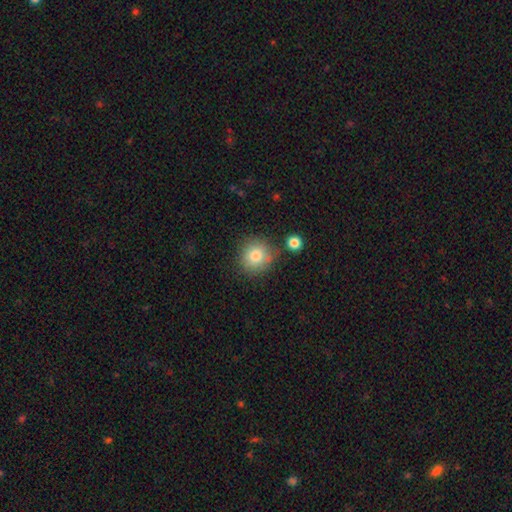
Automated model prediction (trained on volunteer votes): smooth_or_featured: smooth (p=0.81) [alt: star or artifact p=0.10]
how_rounded: round (p=0.89) [alt: in between p=0.10]
merging: none (p=0.75) [alt: minor disturbance p=0.13]